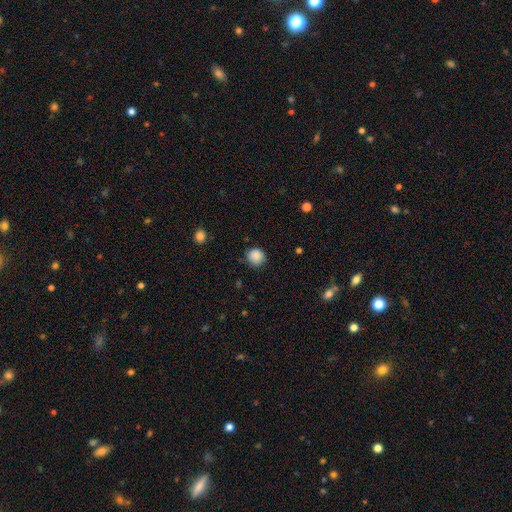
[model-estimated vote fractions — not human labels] Overall: smooth (87%). How rounded: round (89%). Merging: none (78%).